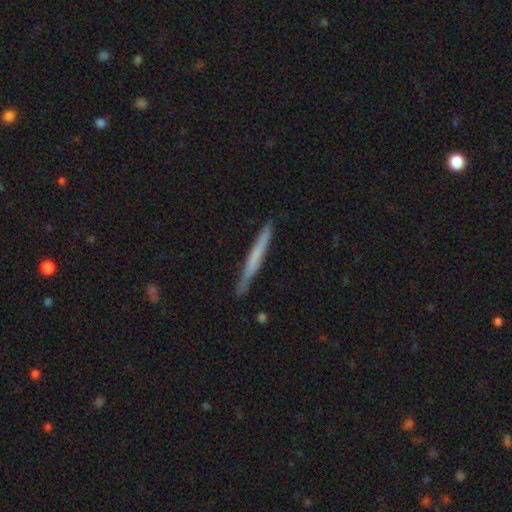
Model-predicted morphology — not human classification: smooth 53%, featured or disk 42%, star or artifact 6%. Down the decision tree: how rounded — cigar-shaped (97%); merging — none (90%).